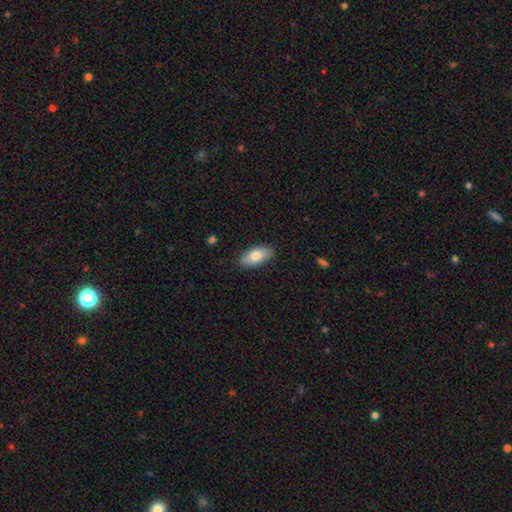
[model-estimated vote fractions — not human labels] The model was most divided on "smooth or featured": smooth: 80%, featured or disk: 14%, star or artifact: 6%. More confident: how rounded — in between (90%); merging — none (86%).